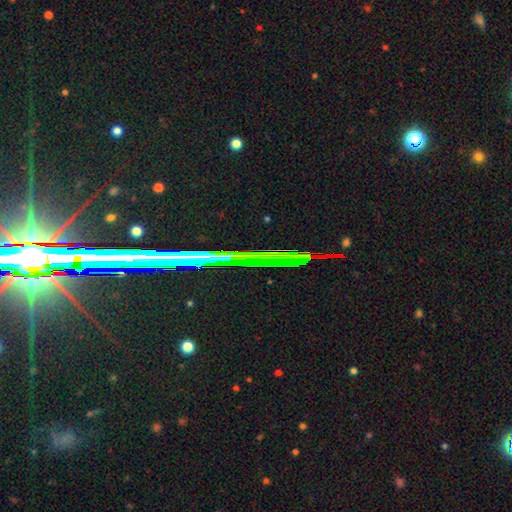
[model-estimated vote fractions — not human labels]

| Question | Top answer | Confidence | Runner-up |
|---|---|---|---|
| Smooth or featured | star or artifact | 65% | featured or disk (19%) |